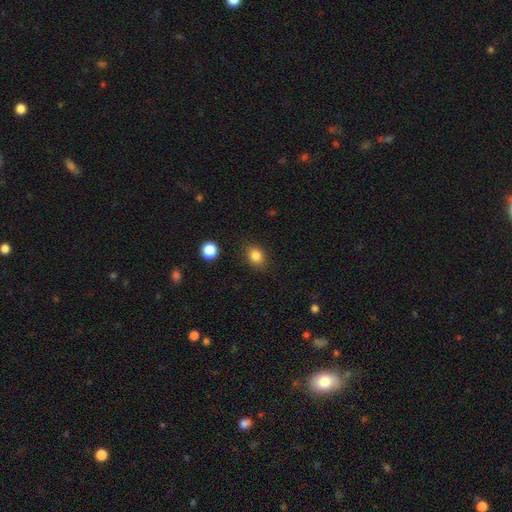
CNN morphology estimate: Q: Smooth or featured?
A: smooth (84%); runner-up: star or artifact (11%)
Q: How rounded?
A: round (49%); tied with: in between (49%)
Q: Merging?
A: none (84%); runner-up: minor disturbance (11%)